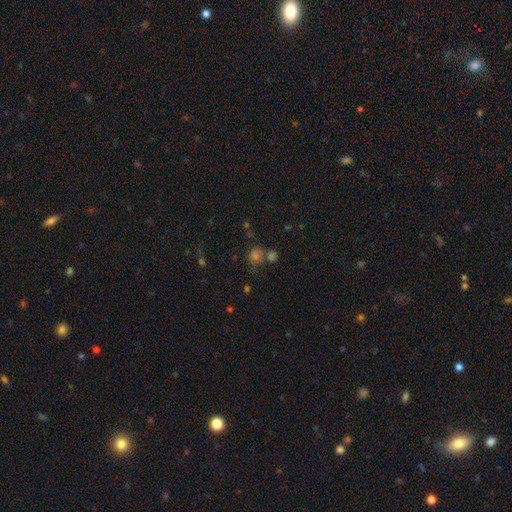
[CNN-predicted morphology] This appears to be a smooth galaxy with no disk features (50%). Merging: none (60%).